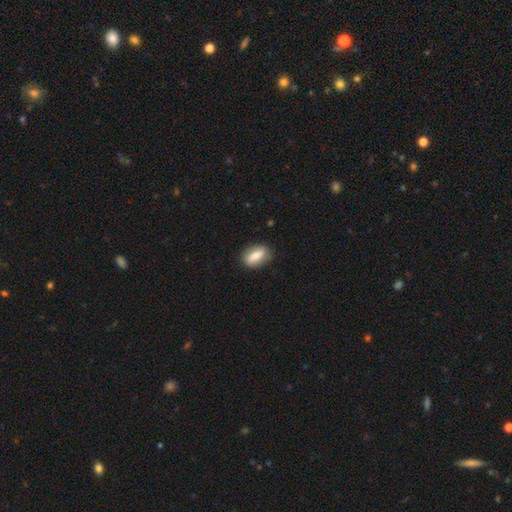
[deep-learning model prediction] Q: Smooth or featured?
A: smooth (61%); runner-up: featured or disk (32%)
Q: How rounded?
A: in between (80%); runner-up: round (13%)
Q: Merging?
A: none (84%); runner-up: minor disturbance (12%)